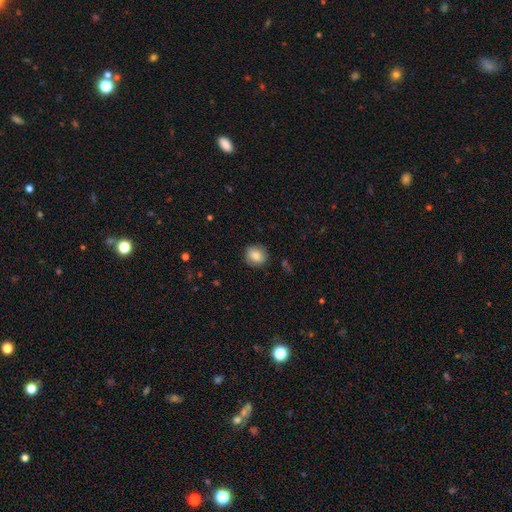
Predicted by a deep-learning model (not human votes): This is clearly a smooth galaxy (81%). How rounded: likely round (76%). Merging: clearly none (83%).